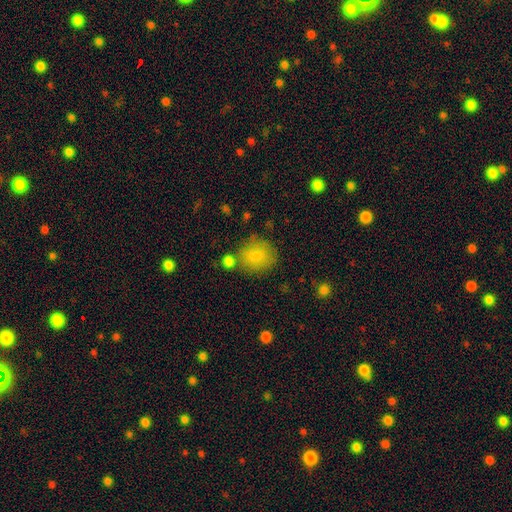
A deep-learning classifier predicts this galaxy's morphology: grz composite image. It shows a smooth galaxy with no disk features (82%) that is round (84%). Merging: none (70%).